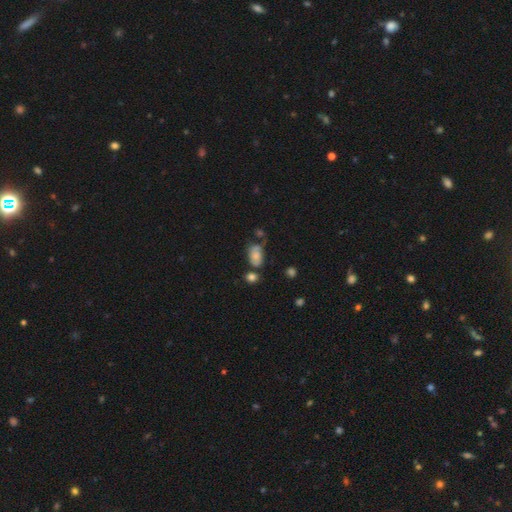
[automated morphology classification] Smooth or featured: smooth — 74% (featured or disk — 16%)
How rounded: in between — 87% (round — 11%)
Merging: none — 41% (minor disturbance — 28%)